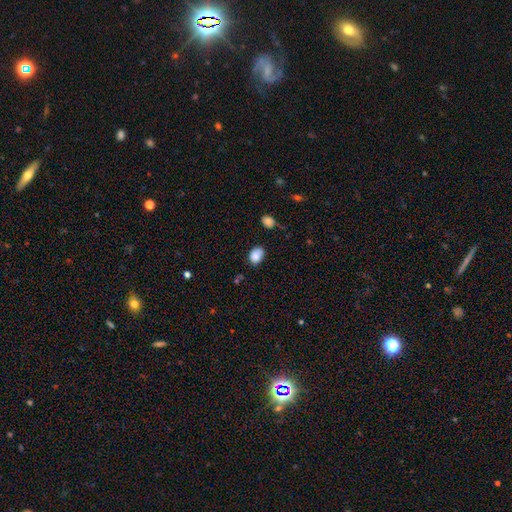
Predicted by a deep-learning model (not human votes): Overall: smooth (83%). How rounded: in between (65%; round 34%). Merging: none (59%; minor disturbance 29%).